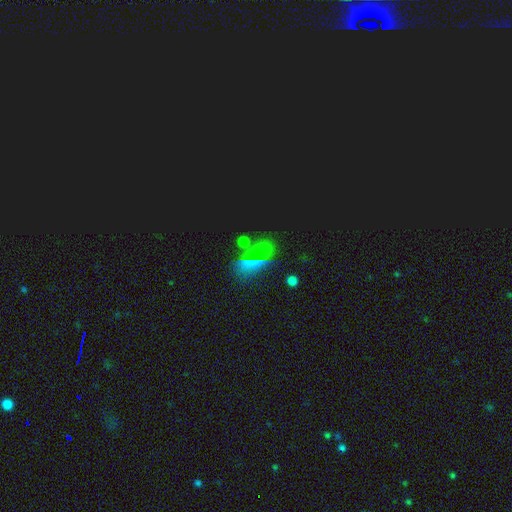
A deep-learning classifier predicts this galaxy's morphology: Overall: smooth (51%; star or artifact 37%). How rounded: in between (66%). Merging: none (73%).